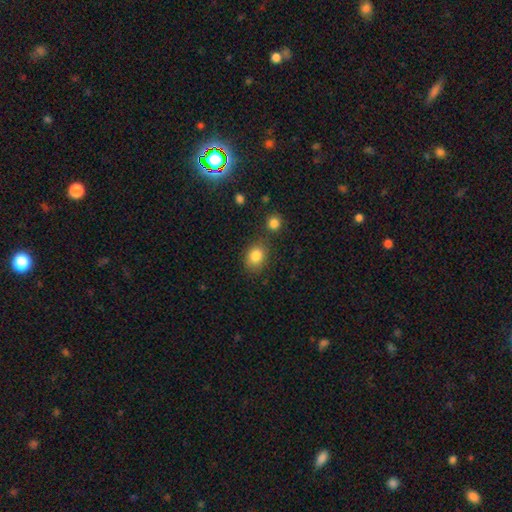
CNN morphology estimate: The model was most divided on "how rounded": in between: 51%, round: 48%, cigar-shaped: 1%. More confident: smooth or featured — smooth (84%); merging — none (74%).